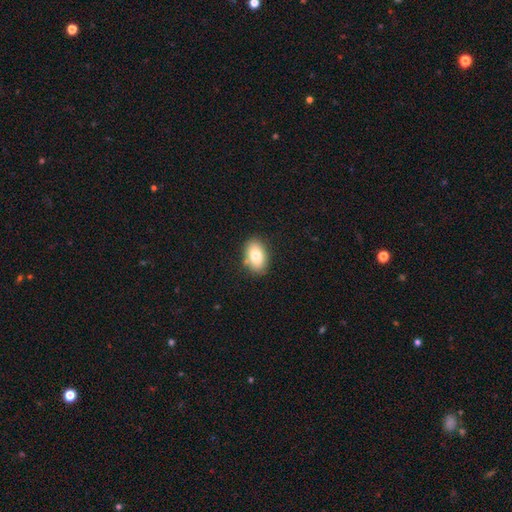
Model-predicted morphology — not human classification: A smooth galaxy with no disk features (77%) that is in between round and cigar-shaped (88%). Merging: none (83%).